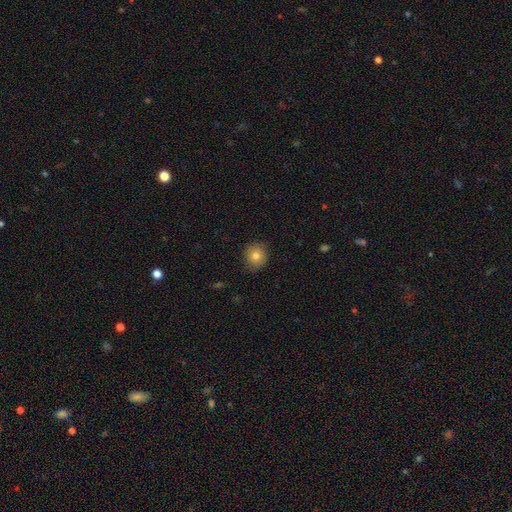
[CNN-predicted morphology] A smooth galaxy with no disk features (80%) that is round (84%). Merging: none (82%).